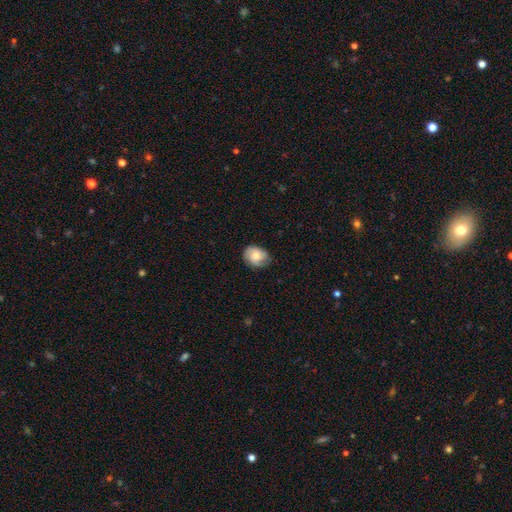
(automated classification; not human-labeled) A smooth galaxy with no disk features (62%) that is in between round and cigar-shaped (51%). Merging: none (72%).